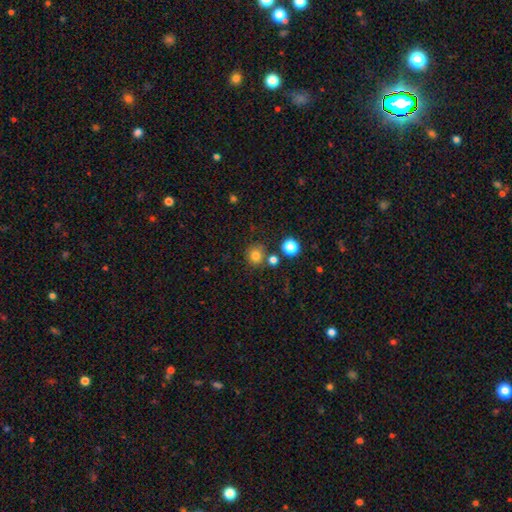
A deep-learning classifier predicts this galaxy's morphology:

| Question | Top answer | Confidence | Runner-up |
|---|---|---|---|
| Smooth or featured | smooth | 78% | star or artifact (15%) |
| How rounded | round | 88% | in between (11%) |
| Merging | none | 75% | merger (11%) |